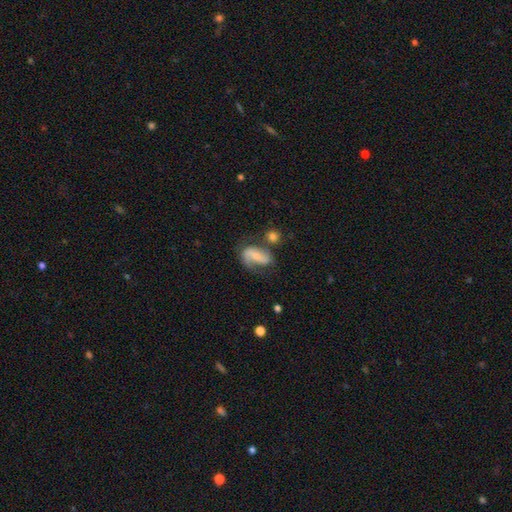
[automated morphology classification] smooth-or-featured: featured or disk: 58% | smooth: 34% | star or artifact: 8%
  disk-edge-on: no: 95% | yes: 5%
    bar: no: 34% (tied) | weak: 34% (tied) | strong: 32%
    has-spiral-arms: yes: 83% | no: 17%
    bulge-size: small: 55% | moderate: 30% | none: 10% | large: 3% | dominant: 2%
  merging: none: 45% | minor disturbance: 24% | major disturbance: 19% | merger: 12%